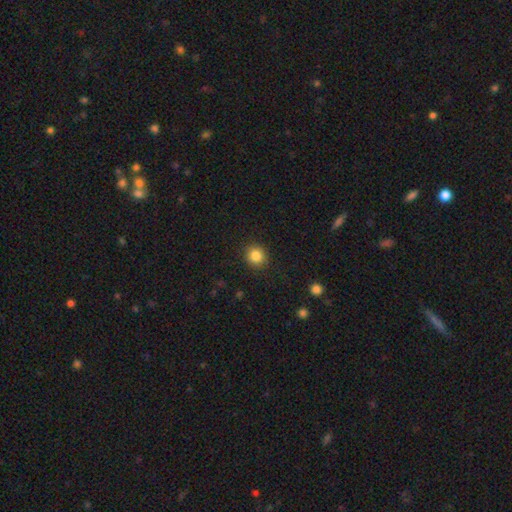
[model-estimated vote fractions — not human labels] Overall: smooth (85%). How rounded: round (88%). Merging: none (91%).